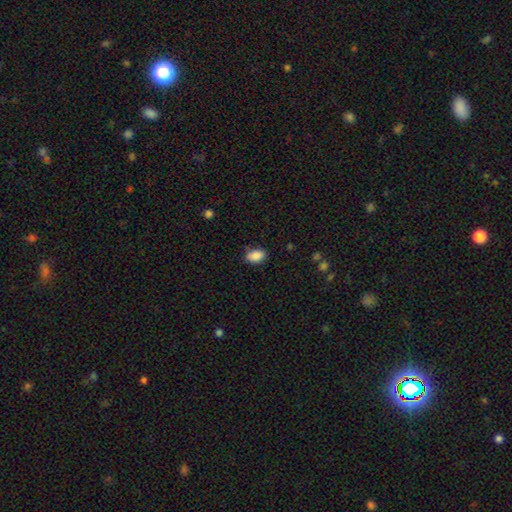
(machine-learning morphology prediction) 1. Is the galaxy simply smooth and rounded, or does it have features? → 88% smooth, 8% star or artifact, 4% featured or disk.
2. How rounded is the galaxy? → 89% in between, 9% round, 2% cigar-shaped.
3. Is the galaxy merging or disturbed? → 75% none, 19% minor disturbance, 4% major disturbance, 2% merger.